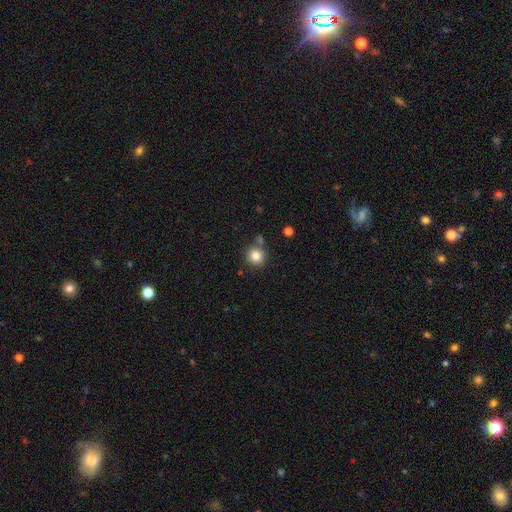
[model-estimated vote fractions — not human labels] smooth 84%, star or artifact 10%, featured or disk 6%. Down the decision tree: how rounded — round (93%); merging — none (76%).